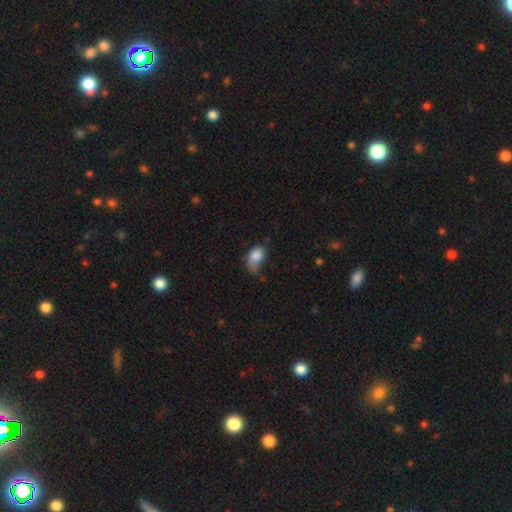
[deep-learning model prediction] The model was most divided on "merging": minor disturbance: 43%, none: 35%, major disturbance: 18%, merger: 4%. More confident: how rounded — in between (88%); smooth or featured — smooth (83%).